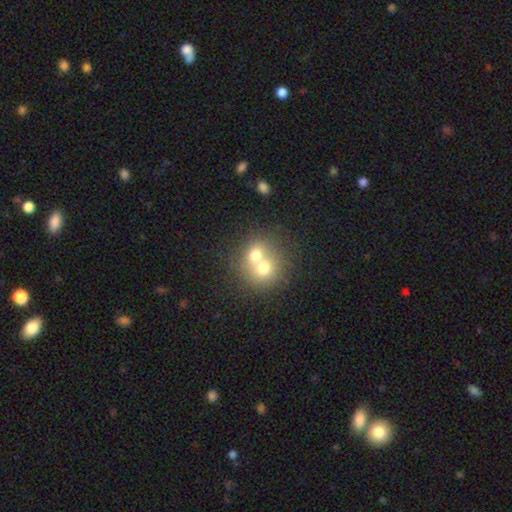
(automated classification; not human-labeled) Smooth or featured?
  - smooth: 66% *
  - featured or disk: 24%
  - star or artifact: 11%
How rounded?
  - round: 77% *
  - in between: 22%
  - cigar-shaped: 1%
Merging?
  - merger: 68% *
  - none: 25%
  - minor disturbance: 5%
  - major disturbance: 2%